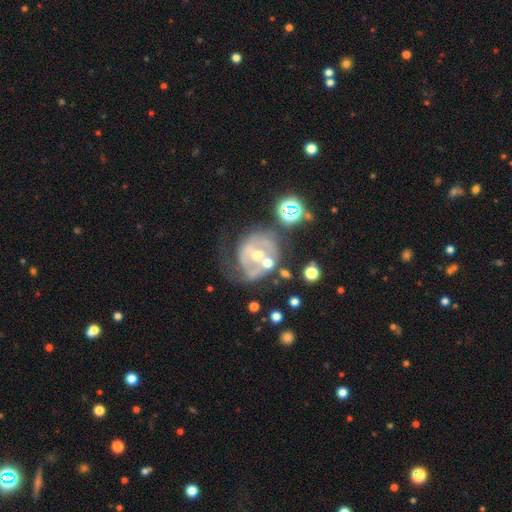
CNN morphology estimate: This is likely a featured or disk galaxy (71%). It is clearly not viewed edge-on (97%). Bar: possibly no (53%). Spiral arm pattern: possibly yes (60%). Central bulge: possibly moderate (59%). Merging: marginally none (41%).